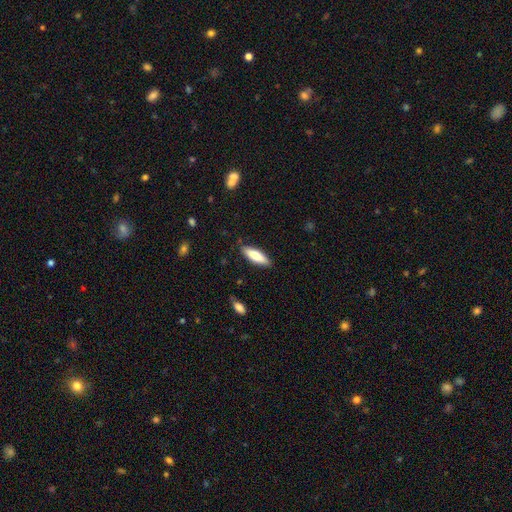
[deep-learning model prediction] Q: Smooth or featured?
A: smooth (76%); runner-up: featured or disk (19%)
Q: How rounded?
A: in between (52%); runner-up: cigar-shaped (46%)
Q: Merging?
A: none (86%); runner-up: minor disturbance (10%)